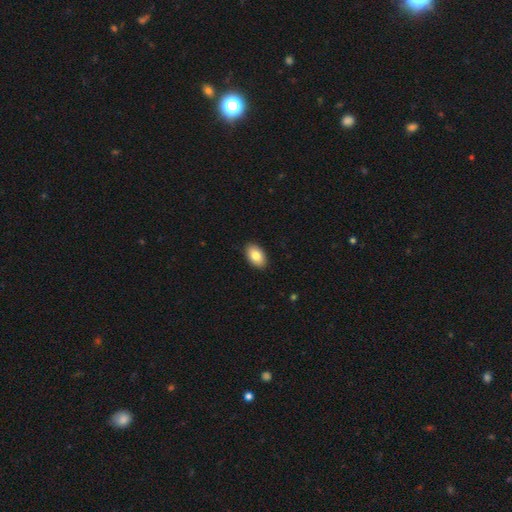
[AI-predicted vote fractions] Morphology: type=smooth (83%); roundness=in between (93%); merging=none (90%).